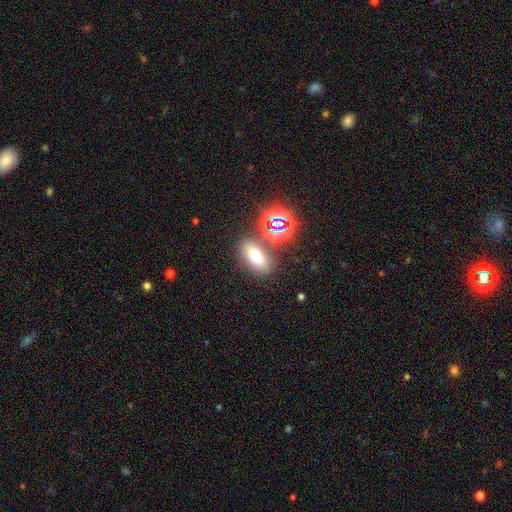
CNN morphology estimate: This is likely a smooth galaxy (61%). How rounded: likely in between (76%). Merging: likely none (75%).